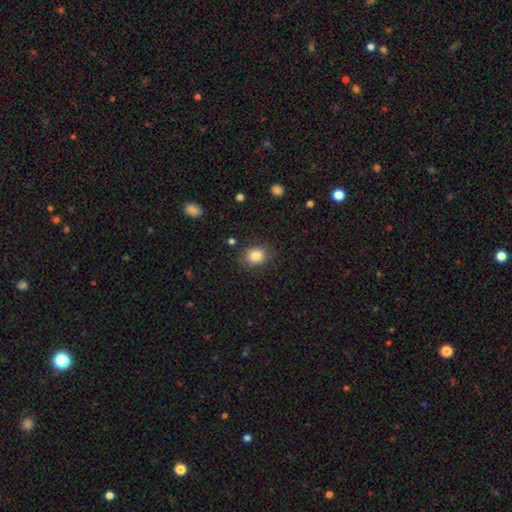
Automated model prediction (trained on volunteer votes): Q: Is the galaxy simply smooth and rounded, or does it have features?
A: smooth — 84%.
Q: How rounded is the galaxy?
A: round — 61%.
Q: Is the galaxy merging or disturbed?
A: none — 85%.